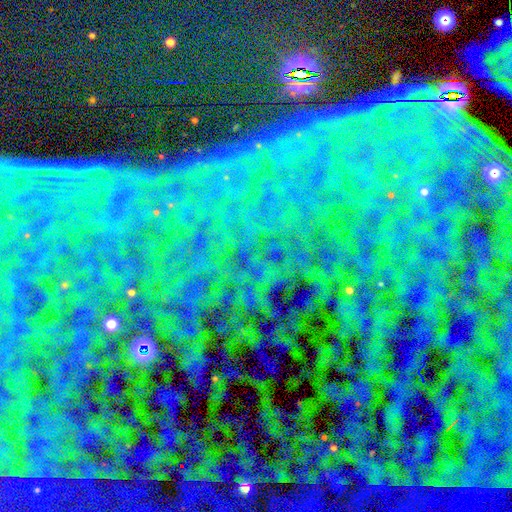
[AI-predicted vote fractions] A star or artifact, not a galaxy (86%).

Vote fractions:
- Smooth or featured? star or artifact: 86% / featured or disk: 7% / smooth: 7%